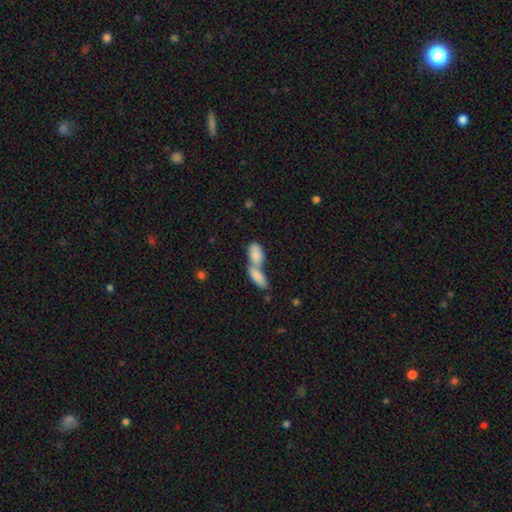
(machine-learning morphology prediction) Smooth or featured? smooth (81%)
How rounded? in between (85%)
Merging? merger (74%)